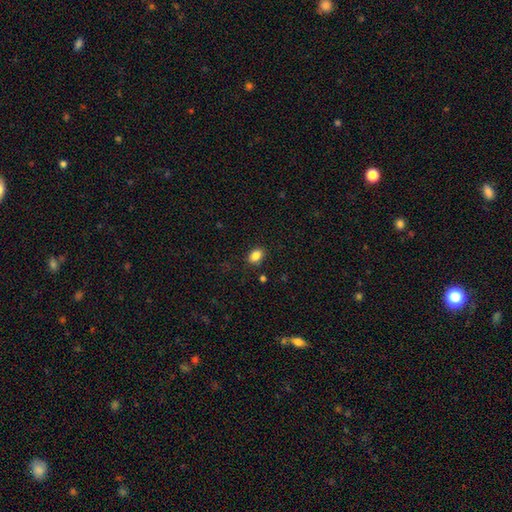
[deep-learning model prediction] Smooth or featured: smooth — 85% (star or artifact — 10%)
How rounded: in between — 79% (round — 19%)
Merging: none — 85% (minor disturbance — 10%)